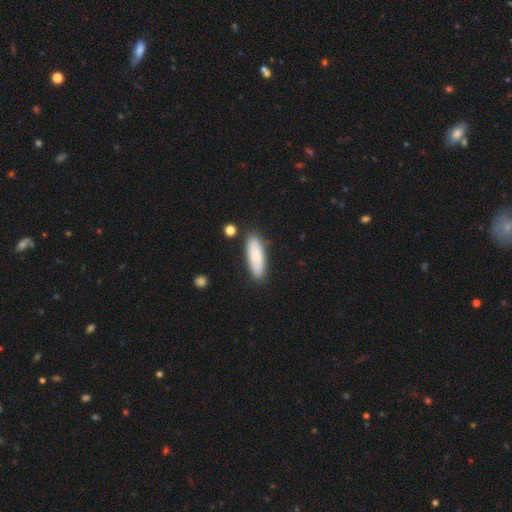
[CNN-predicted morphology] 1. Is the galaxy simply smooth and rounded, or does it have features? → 79% smooth, 15% featured or disk, 6% star or artifact.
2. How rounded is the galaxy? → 51% in between, 47% cigar-shaped, 2% round.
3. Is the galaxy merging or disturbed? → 84% none, 11% minor disturbance, 3% merger, 2% major disturbance.